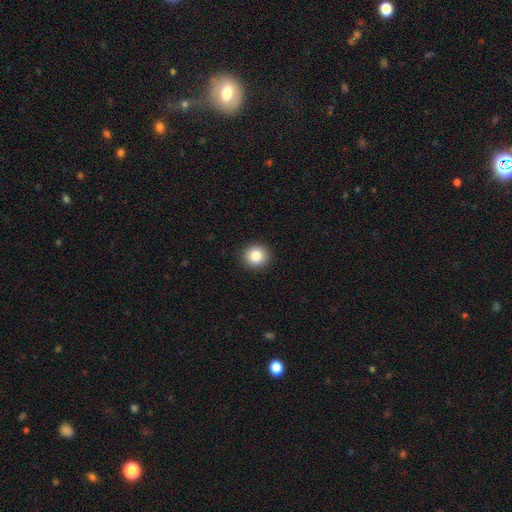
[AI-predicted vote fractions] Smooth or featured? Predicted: smooth (p=0.86). How rounded? Predicted: round (p=0.92). Merging? Predicted: none (p=0.93).